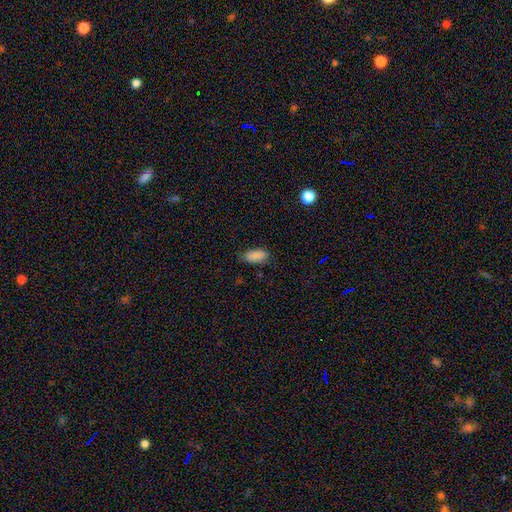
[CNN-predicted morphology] Overall: smooth (88%). How rounded: in between (89%). Merging: none (78%).